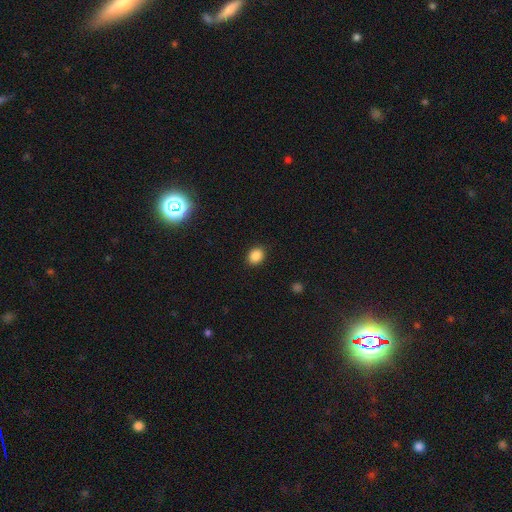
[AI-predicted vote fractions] A smooth galaxy with no disk features (87%) that is round (52%).

Vote fractions:
- Smooth or featured? smooth: 87% / star or artifact: 10% / featured or disk: 4%
- How rounded? round: 52% / in between: 47% / cigar-shaped: 1%
- Merging? none: 90% / minor disturbance: 7% / major disturbance: 2% / merger: 1%